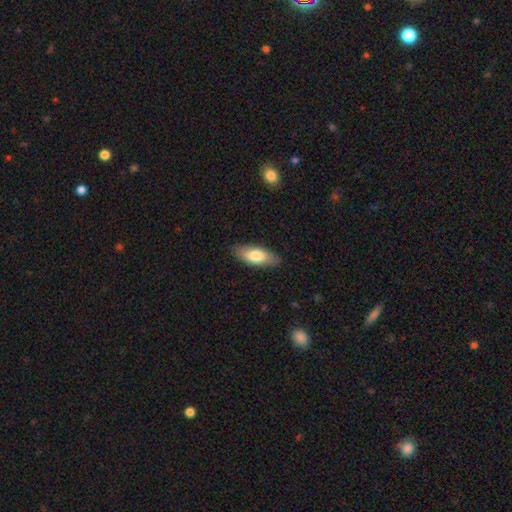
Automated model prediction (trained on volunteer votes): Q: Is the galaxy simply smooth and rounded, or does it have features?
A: smooth — 76%.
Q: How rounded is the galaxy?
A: in between — 76%.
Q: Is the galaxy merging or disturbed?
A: none — 86%.